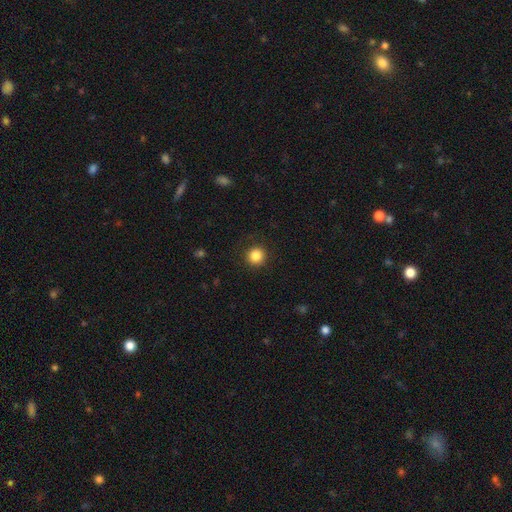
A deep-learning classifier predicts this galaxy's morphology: A smooth galaxy with no disk features (85%) that is round (94%).

Vote fractions:
- Smooth or featured? smooth: 85% / star or artifact: 11% / featured or disk: 4%
- How rounded? round: 94% / in between: 5% / cigar-shaped: 1%
- Merging? none: 90% / minor disturbance: 6% / major disturbance: 2% / merger: 1%